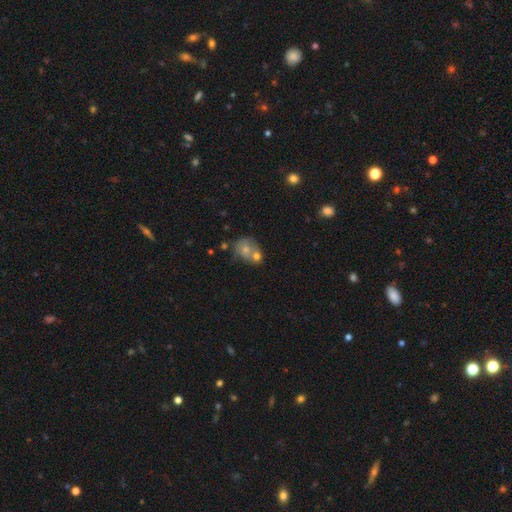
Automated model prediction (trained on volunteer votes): Smooth or featured? smooth (64%)
How rounded? round (55%)
Merging? merger (57%)